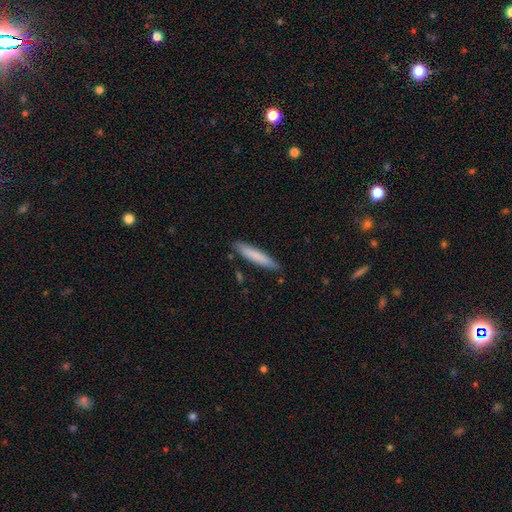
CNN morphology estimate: This appears to be a smooth galaxy with no disk features (78%) that is cigar-shaped (91%). Merging: none (85%).